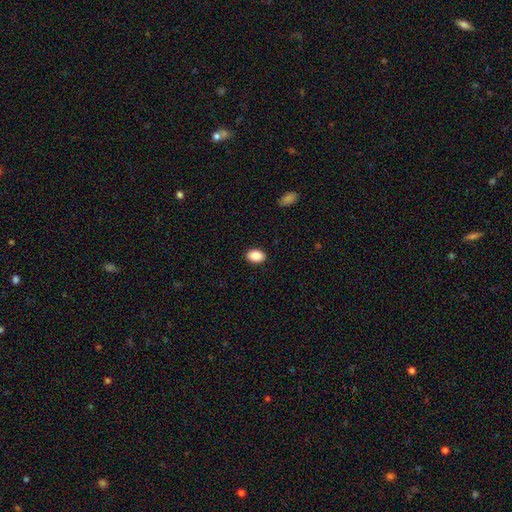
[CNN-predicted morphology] Q: Smooth or featured?
A: smooth (90%); runner-up: star or artifact (7%)
Q: How rounded?
A: in between (85%); runner-up: round (14%)
Q: Merging?
A: none (89%); runner-up: minor disturbance (8%)